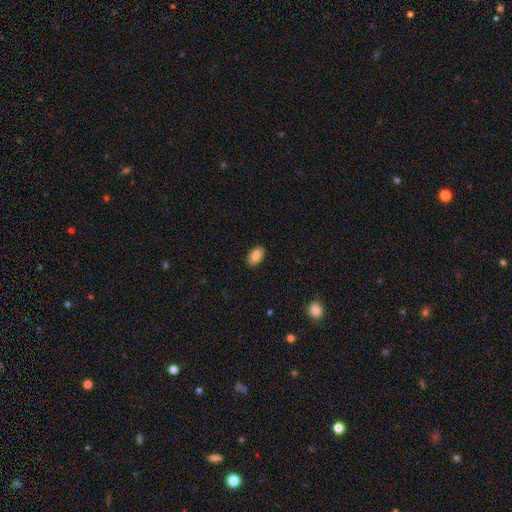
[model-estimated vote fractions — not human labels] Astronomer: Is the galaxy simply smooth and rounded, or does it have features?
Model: smooth — 84%.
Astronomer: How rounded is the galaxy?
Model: in between — 91%.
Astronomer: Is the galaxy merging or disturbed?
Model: none — 89%.